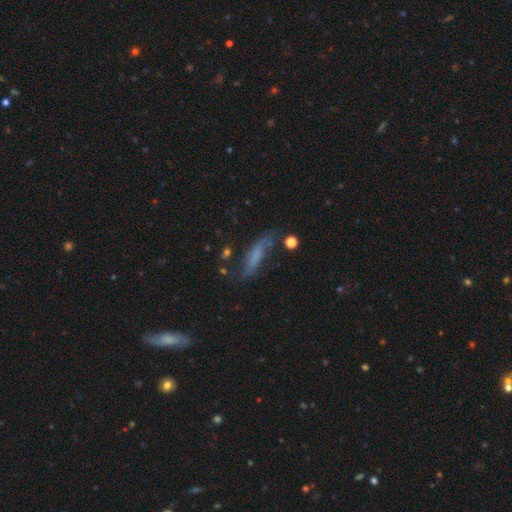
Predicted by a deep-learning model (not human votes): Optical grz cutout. It shows a featured or disk galaxy (46%). Merging: none (56%).